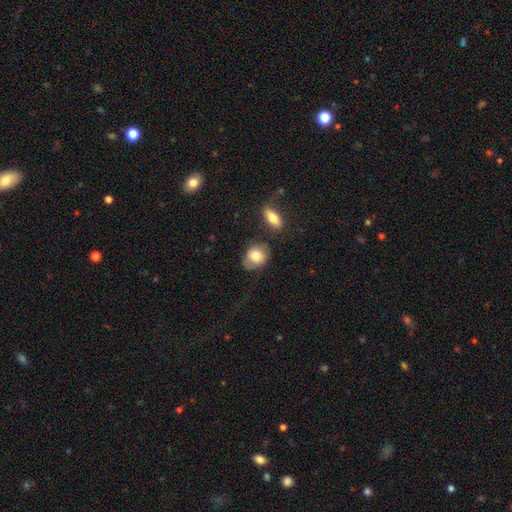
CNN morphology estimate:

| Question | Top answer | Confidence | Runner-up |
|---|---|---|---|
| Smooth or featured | smooth | 76% | featured or disk (17%) |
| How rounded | in between | 54% | round (44%) |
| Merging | none | 59% | minor disturbance (23%) |